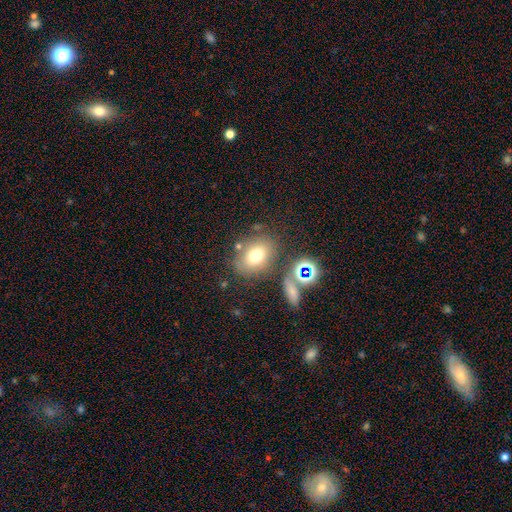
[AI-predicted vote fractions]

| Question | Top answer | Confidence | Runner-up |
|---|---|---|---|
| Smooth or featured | smooth | 70% | featured or disk (15%) |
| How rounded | in between | 59% | round (40%) |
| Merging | none | 70% | minor disturbance (14%) |